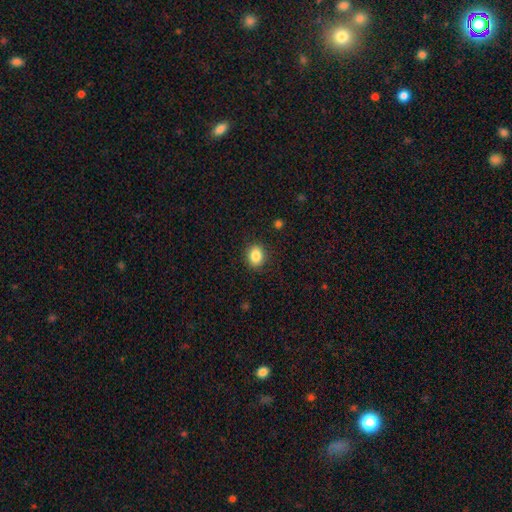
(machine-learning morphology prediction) Overall: smooth (85%). How rounded: round (52%; in between 47%). Merging: none (88%).